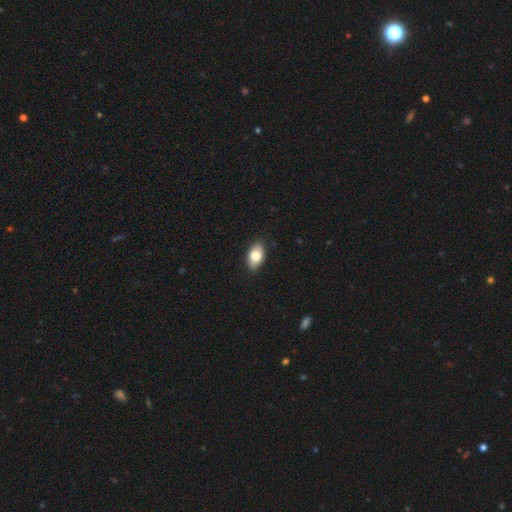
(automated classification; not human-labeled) This is likely a smooth galaxy (78%). How rounded: clearly in between (91%). Merging: clearly none (88%).